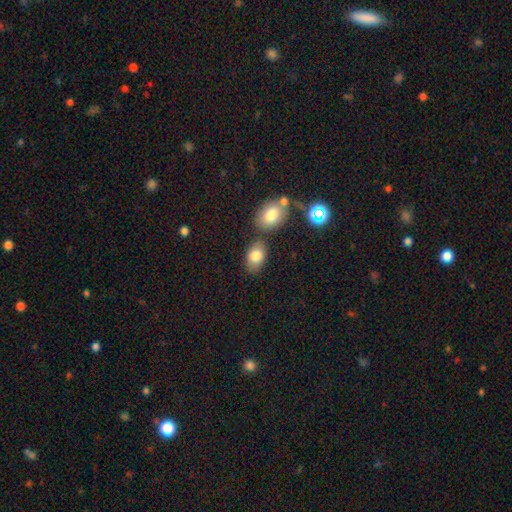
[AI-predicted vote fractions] This appears to be a smooth galaxy with no disk features (82%) that is in between round and cigar-shaped (85%). Merging: none (67%).